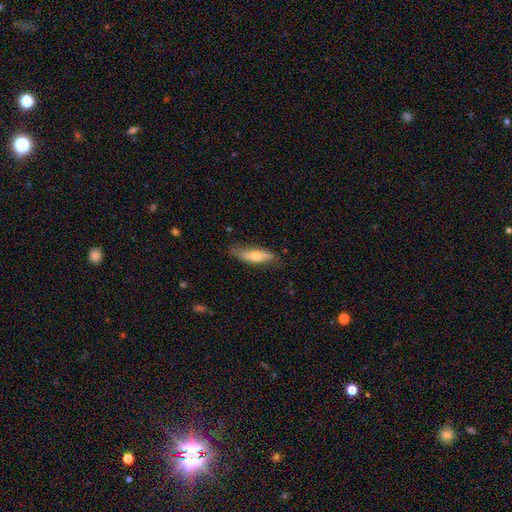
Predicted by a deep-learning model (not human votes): smooth_or_featured: smooth (p=0.57) [alt: featured or disk p=0.37]
how_rounded: in between (p=0.49) [alt: cigar-shaped p=0.48]
merging: none (p=0.70) [alt: minor disturbance p=0.23]